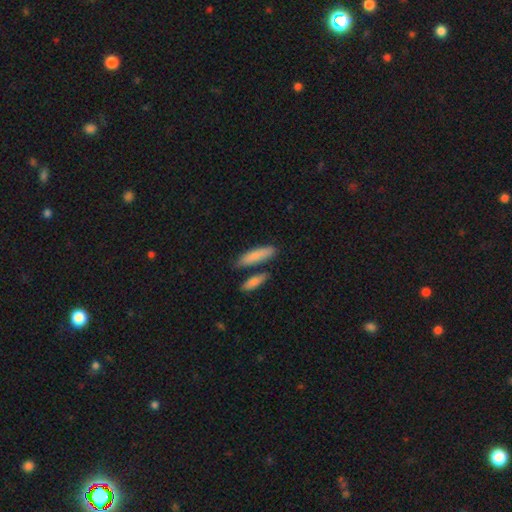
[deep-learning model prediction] Overall: smooth (83%). How rounded: cigar-shaped (66%; in between 32%). Merging: none (68%).